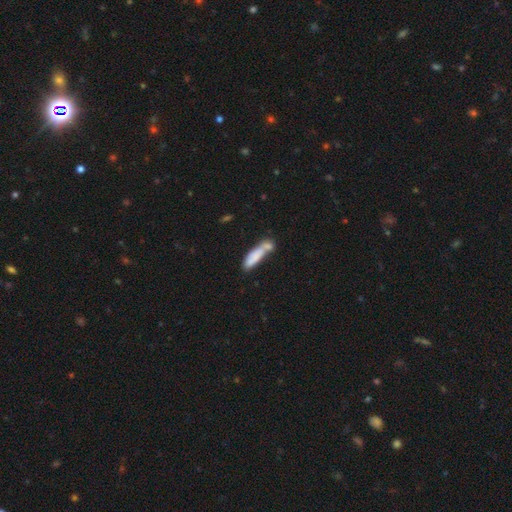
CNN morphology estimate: Smooth or featured?
  - smooth: 76% *
  - featured or disk: 16%
  - star or artifact: 7%
How rounded?
  - cigar-shaped: 63% *
  - in between: 35%
  - round: 2%
Merging?
  - merger: 47% *
  - none: 31%
  - minor disturbance: 15%
  - major disturbance: 7%